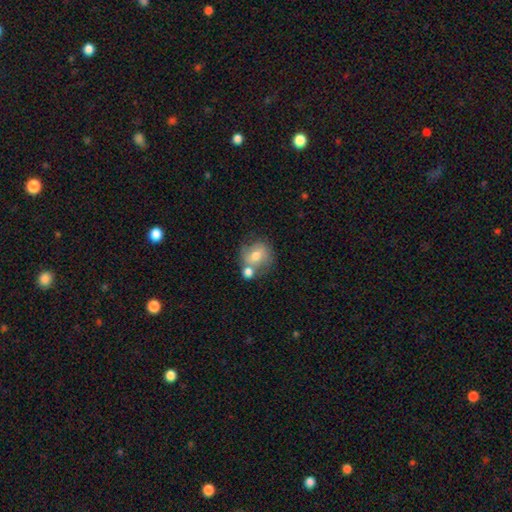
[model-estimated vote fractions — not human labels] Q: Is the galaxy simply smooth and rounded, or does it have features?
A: smooth — 60%.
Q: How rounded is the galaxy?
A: round — 72%.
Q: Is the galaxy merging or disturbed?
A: none — 47%.